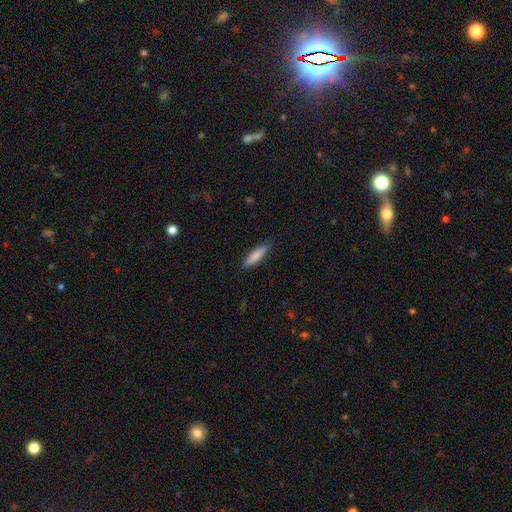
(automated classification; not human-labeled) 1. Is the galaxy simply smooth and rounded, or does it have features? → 79% smooth, 15% featured or disk, 6% star or artifact.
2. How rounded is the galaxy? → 79% cigar-shaped, 19% in between, 1% round.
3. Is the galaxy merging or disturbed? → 87% none, 10% minor disturbance, 2% major disturbance, 1% merger.